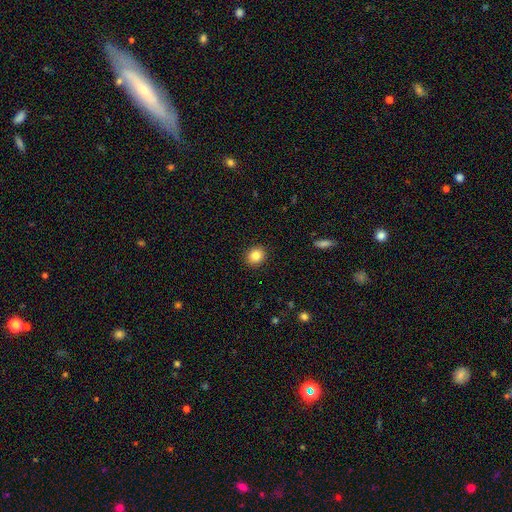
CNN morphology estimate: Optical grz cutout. It shows a smooth galaxy with no disk features (84%) that is round (76%). Merging: none (91%).